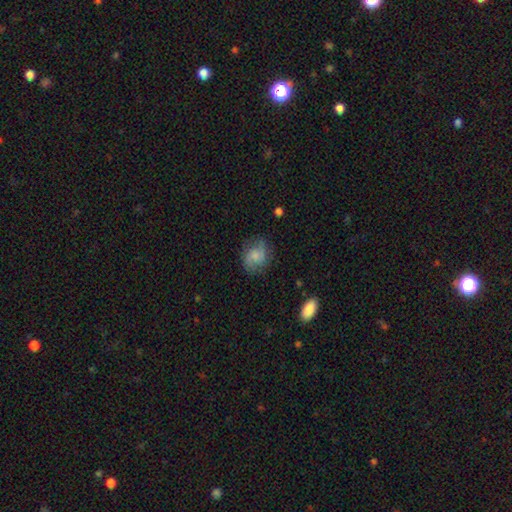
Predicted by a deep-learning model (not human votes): Smooth or featured? smooth (62%)
How rounded? round (63%)
Merging? none (67%)